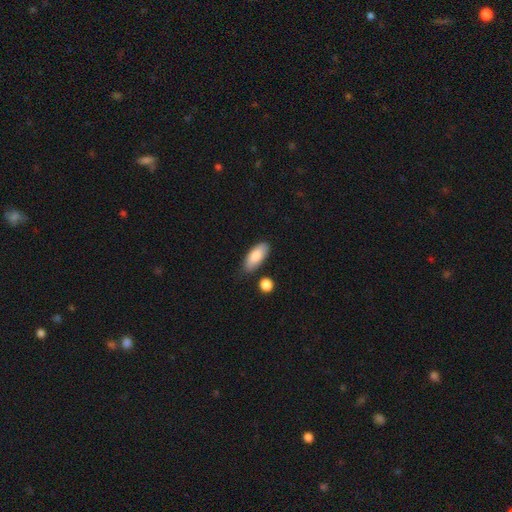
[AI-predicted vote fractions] Smooth or featured?
  - smooth: 83% *
  - featured or disk: 11%
  - star or artifact: 6%
How rounded?
  - in between: 85% *
  - cigar-shaped: 13%
  - round: 2%
Merging?
  - none: 76% *
  - minor disturbance: 16%
  - merger: 5%
  - major disturbance: 3%